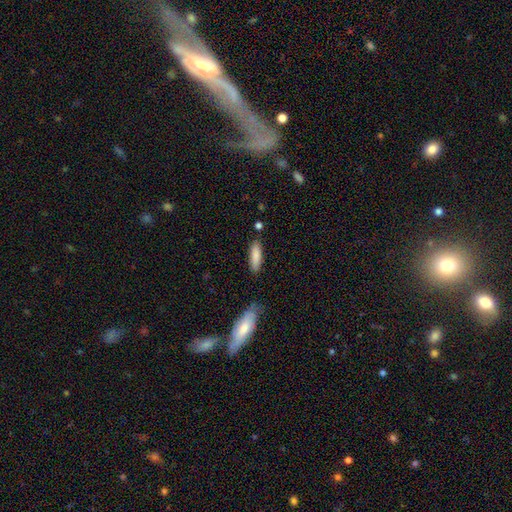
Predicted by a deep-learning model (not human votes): Overall: smooth (86%). How rounded: cigar-shaped (55%; in between 44%). Merging: none (81%).